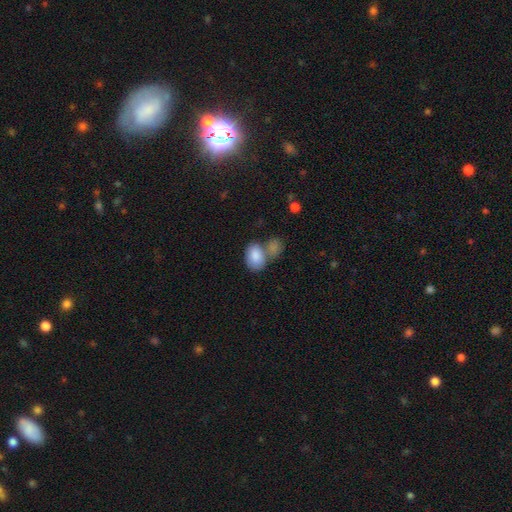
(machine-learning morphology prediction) Smooth or featured? Predicted: smooth (p=0.85). How rounded? Predicted: in between (p=0.84). Merging? Predicted: merger (p=0.47).